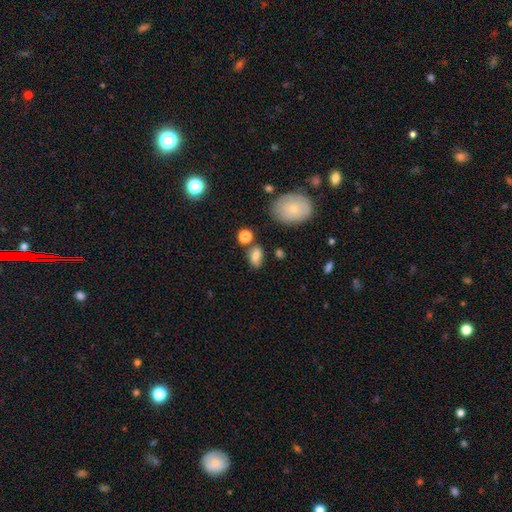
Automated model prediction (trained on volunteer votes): Smooth or featured: smooth — 76% (featured or disk — 13%)
How rounded: in between — 83% (round — 13%)
Merging: none — 64% (minor disturbance — 19%)